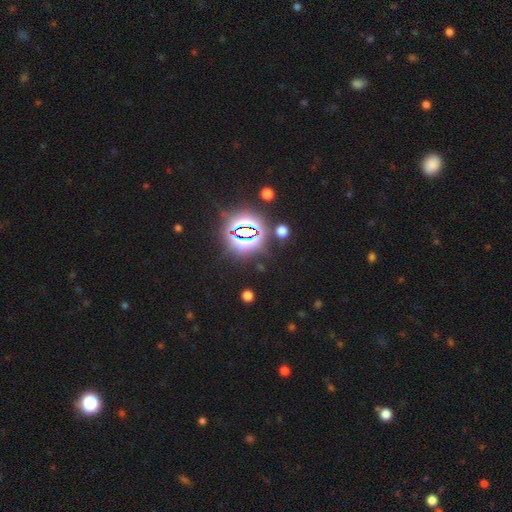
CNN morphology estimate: A star or artifact, not a galaxy (85%).

Vote fractions:
- Smooth or featured? star or artifact: 85% / smooth: 10% / featured or disk: 5%